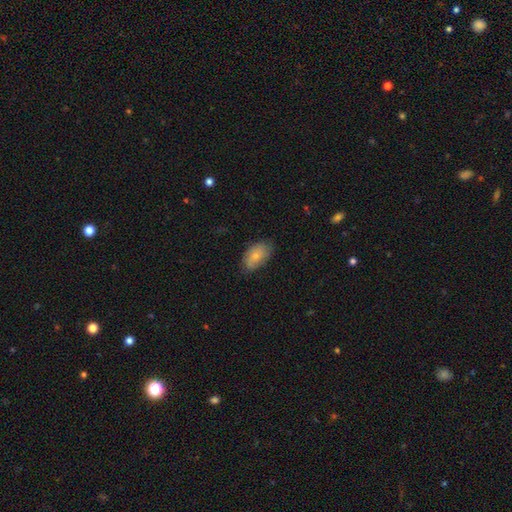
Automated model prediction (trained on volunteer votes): smooth-or-featured: smooth: 70% | featured or disk: 23% | star or artifact: 7%
  how-rounded: in between: 93% | round: 5% | cigar-shaped: 2%
  merging: none: 72% | minor disturbance: 23% | major disturbance: 5% | merger: 1%